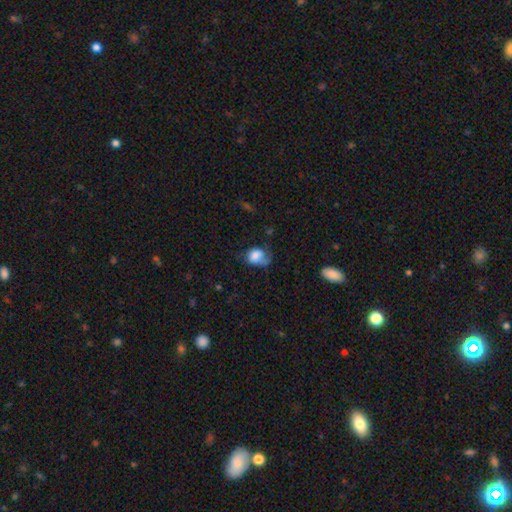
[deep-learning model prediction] This appears to be a smooth galaxy with no disk features (72%) that is in between round and cigar-shaped (67%). Merging: minor disturbance (35%).